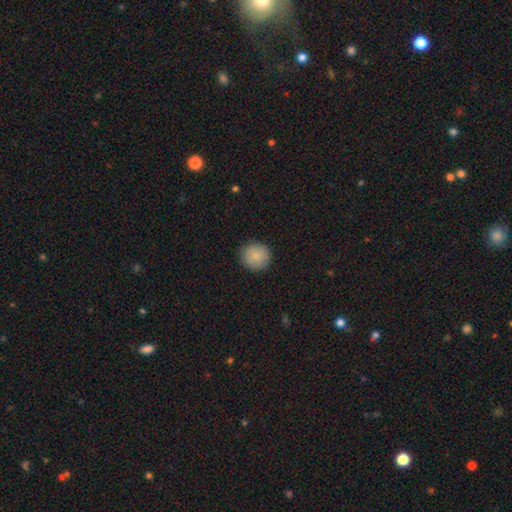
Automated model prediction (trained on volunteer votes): A smooth galaxy with no disk features (87%) that is round (92%).

Vote fractions:
- Smooth or featured? smooth: 87% / star or artifact: 7% / featured or disk: 6%
- How rounded? round: 92% / in between: 7% / cigar-shaped: 1%
- Merging? none: 90% / minor disturbance: 7% / major disturbance: 2% / merger: 1%